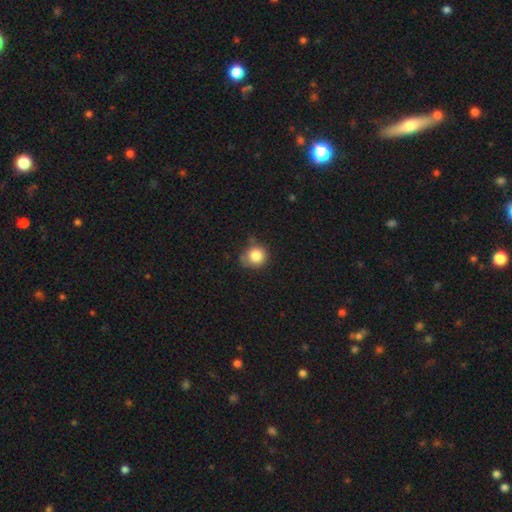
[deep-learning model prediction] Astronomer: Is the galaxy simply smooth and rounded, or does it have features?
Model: smooth — 83%.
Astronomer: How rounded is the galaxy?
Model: round — 85%.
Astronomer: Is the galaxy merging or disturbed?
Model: none — 59%.